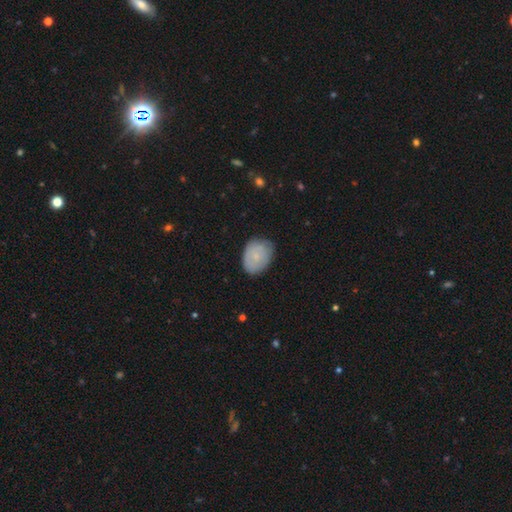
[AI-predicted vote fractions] Smooth or featured?
  - smooth: 69% *
  - featured or disk: 24%
  - star or artifact: 7%
How rounded?
  - in between: 72% *
  - round: 27%
  - cigar-shaped: 1%
Merging?
  - none: 72% *
  - minor disturbance: 23%
  - major disturbance: 4%
  - merger: 1%